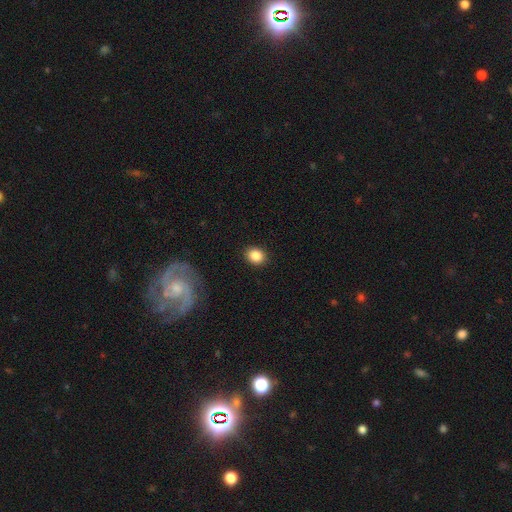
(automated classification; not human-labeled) Overall: smooth (87%). How rounded: round (54%; in between 45%). Merging: none (90%).